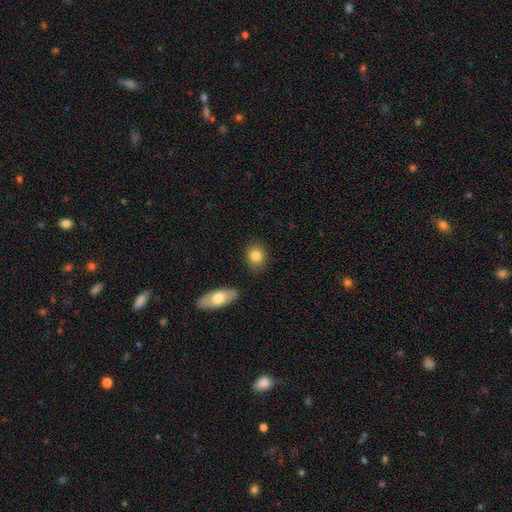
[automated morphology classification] Overall: smooth (83%). How rounded: round (52%; in between 46%). Merging: none (83%).